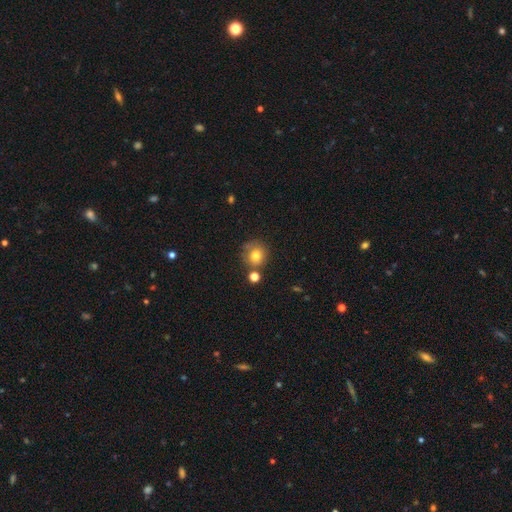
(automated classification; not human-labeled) The model was most divided on "merging": none: 66%, minor disturbance: 15%, merger: 13%, major disturbance: 6%. More confident: how rounded — round (88%); smooth or featured — smooth (78%).